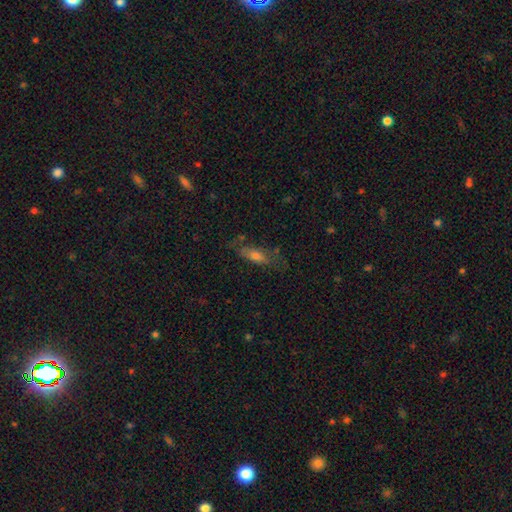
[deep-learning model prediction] smooth 56%, featured or disk 34%, star or artifact 10%. Down the decision tree: how rounded — in between (59%); merging — none (62%).